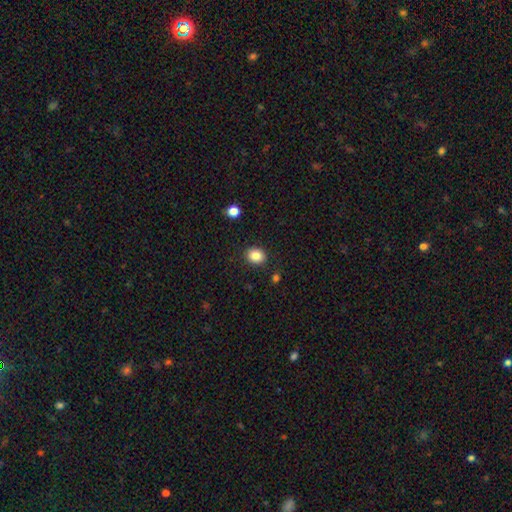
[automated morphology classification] smooth 85%, star or artifact 10%, featured or disk 5%. Down the decision tree: how rounded — round (59%); merging — none (89%).